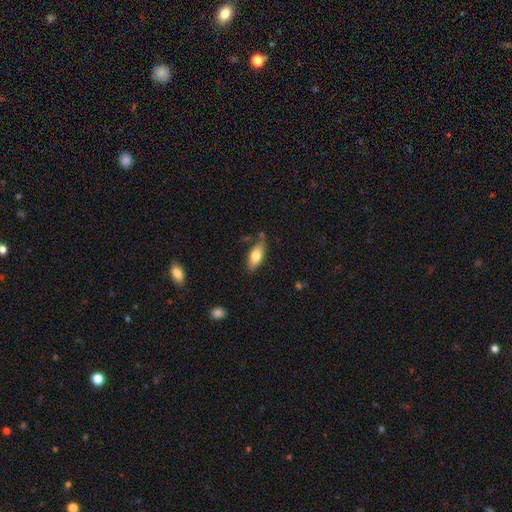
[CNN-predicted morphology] A smooth galaxy with no disk features (71%) that is in between round and cigar-shaped (77%). Merging: none (69%).